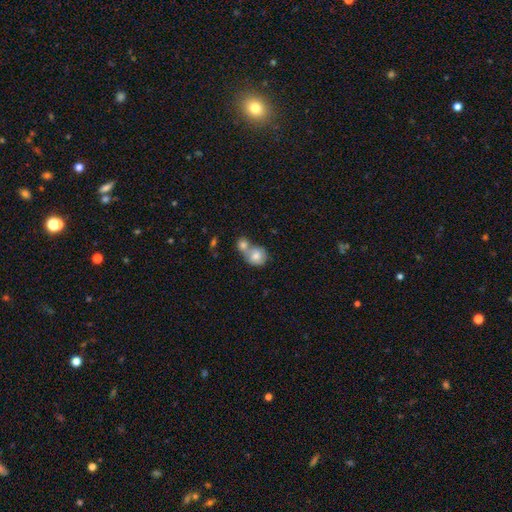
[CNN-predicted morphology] This is likely a smooth galaxy (77%). How rounded: likely round (75%). Merging: likely merger (63%).